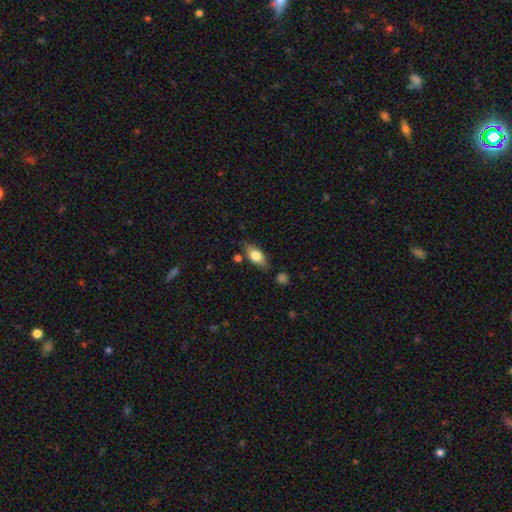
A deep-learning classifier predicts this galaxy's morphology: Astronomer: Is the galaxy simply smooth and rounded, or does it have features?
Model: smooth — 68%.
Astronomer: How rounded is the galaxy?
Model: in between — 82%.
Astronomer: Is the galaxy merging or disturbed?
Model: none — 74%.